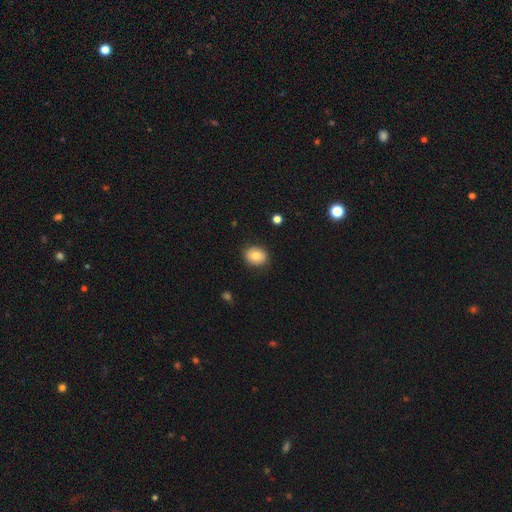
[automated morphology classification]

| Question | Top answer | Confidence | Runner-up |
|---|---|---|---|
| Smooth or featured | smooth | 78% | featured or disk (14%) |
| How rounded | round | 51% | in between (48%) |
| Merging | none | 86% | minor disturbance (11%) |